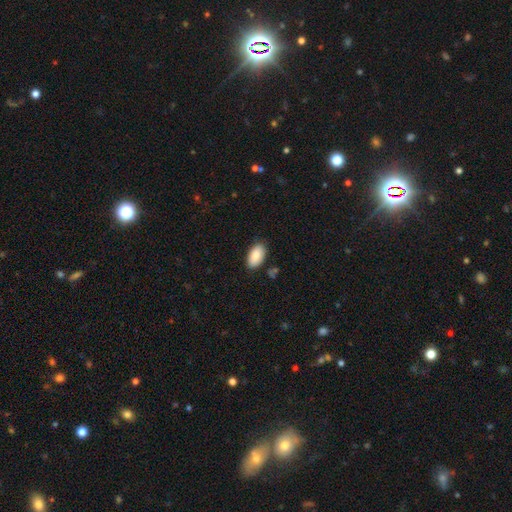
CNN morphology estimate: Overall: smooth (87%). How rounded: in between (95%). Merging: none (84%).